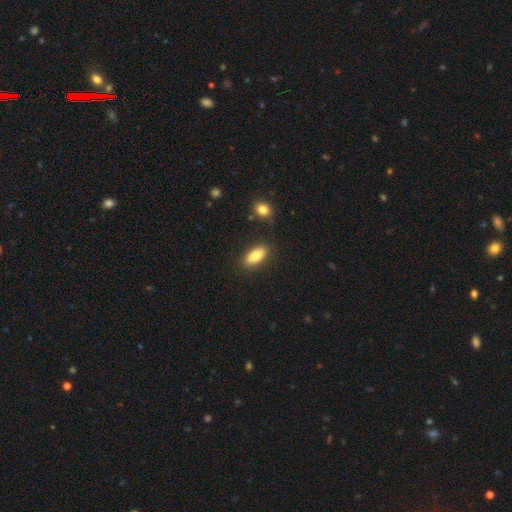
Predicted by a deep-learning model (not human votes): Smooth or featured: smooth — 83% (featured or disk — 10%)
How rounded: in between — 85% (cigar-shaped — 13%)
Merging: none — 84% (minor disturbance — 10%)